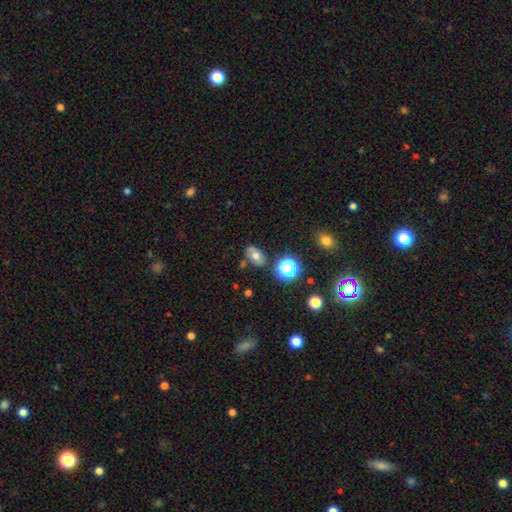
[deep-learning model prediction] Smooth or featured: smooth — 60% (featured or disk — 24%)
How rounded: in between — 78% (round — 20%)
Merging: none — 74% (minor disturbance — 16%)